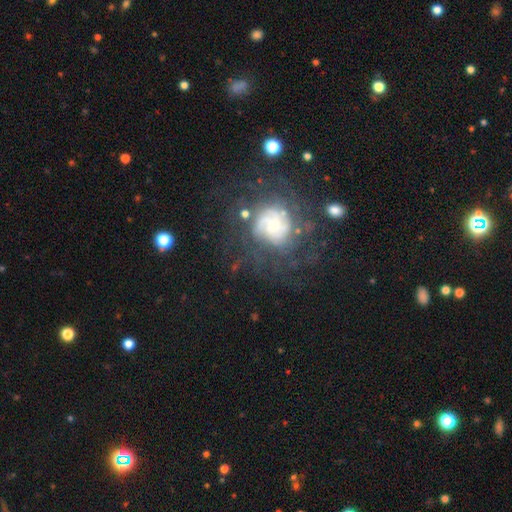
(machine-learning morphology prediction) Smooth or featured: featured or disk — 36% (smooth — 33%)
Merging: none — 74% (minor disturbance — 13%)